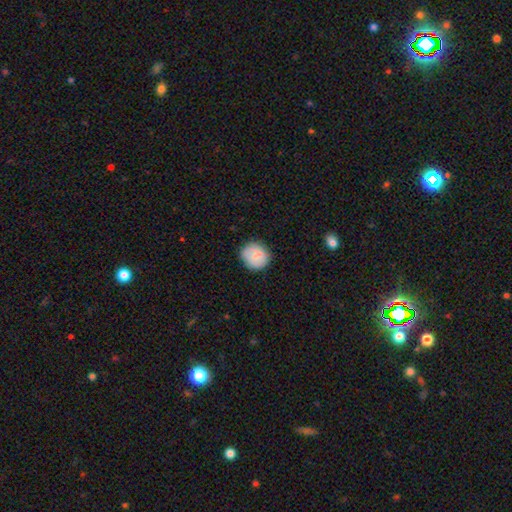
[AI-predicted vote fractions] Smooth or featured? smooth (77%)
How rounded? round (86%)
Merging? none (81%)